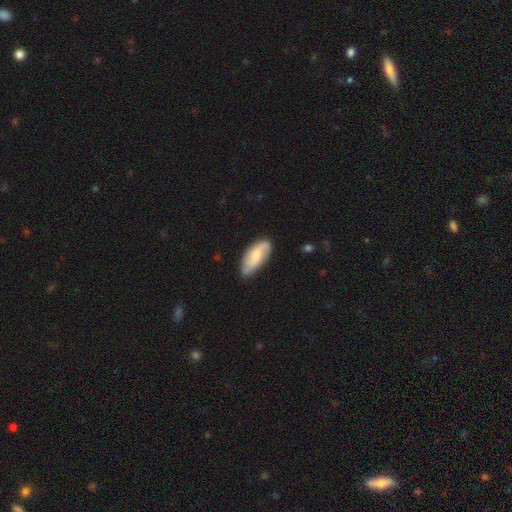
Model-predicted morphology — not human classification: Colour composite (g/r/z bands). It shows a featured or disk galaxy (52%). Merging: none (74%).